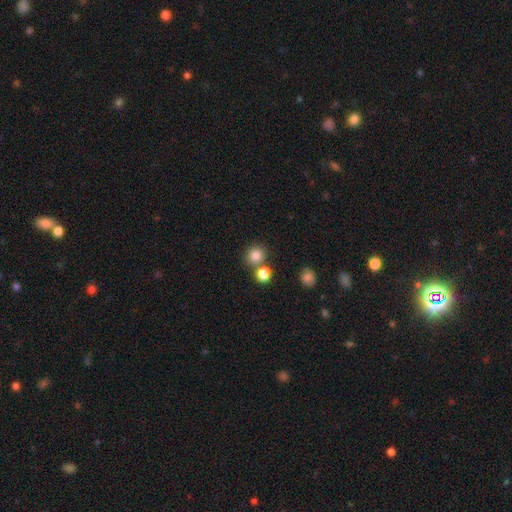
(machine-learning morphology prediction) type=smooth (82%); roundness=round (87%); merging=none (70%).